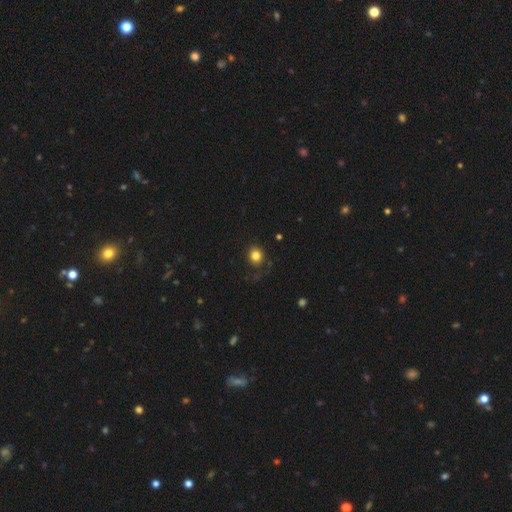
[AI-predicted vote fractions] smooth 82%, star or artifact 12%, featured or disk 7%. Down the decision tree: how rounded — round (83%); merging — none (80%).